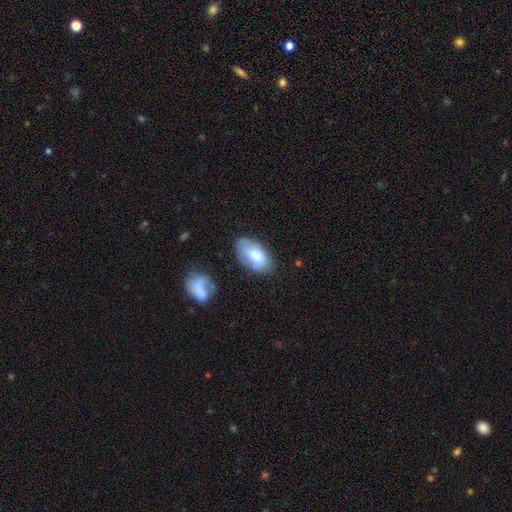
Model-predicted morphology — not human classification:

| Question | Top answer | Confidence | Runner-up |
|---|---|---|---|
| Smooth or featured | smooth | 73% | featured or disk (21%) |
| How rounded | in between | 94% | round (3%) |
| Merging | none | 68% | minor disturbance (23%) |